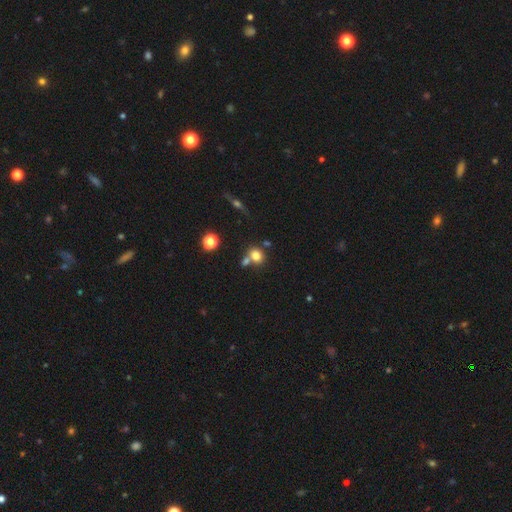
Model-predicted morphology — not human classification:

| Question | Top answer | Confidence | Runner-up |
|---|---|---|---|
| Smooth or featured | smooth | 78% | star or artifact (12%) |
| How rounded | round | 66% | in between (33%) |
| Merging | none | 54% | merger (31%) |